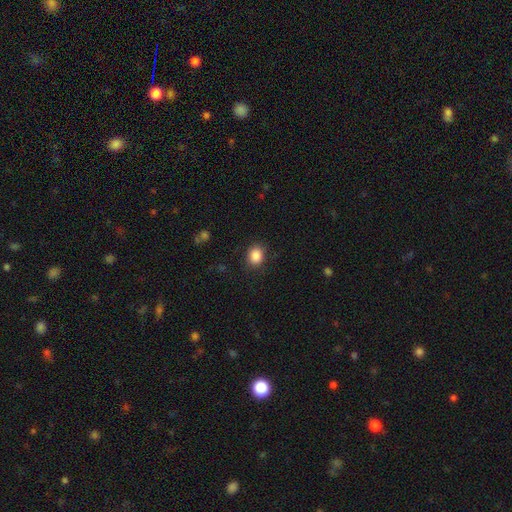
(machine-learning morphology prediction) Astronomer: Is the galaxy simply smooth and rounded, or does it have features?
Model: smooth — 87%.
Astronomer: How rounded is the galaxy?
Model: round — 58% (runner-up: in between, 41%).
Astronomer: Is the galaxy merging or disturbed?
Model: none — 86%.